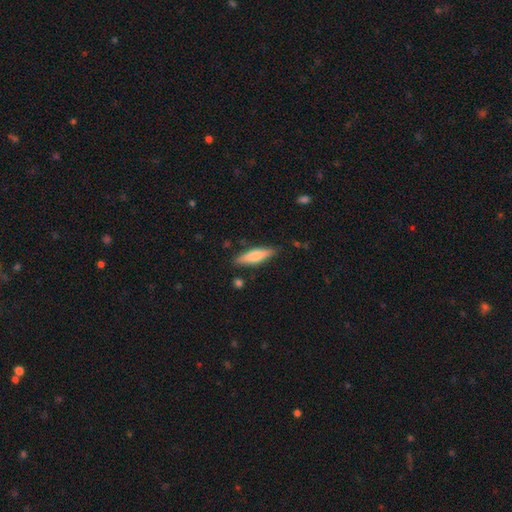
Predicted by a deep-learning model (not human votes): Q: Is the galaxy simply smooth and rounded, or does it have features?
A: smooth — 64%.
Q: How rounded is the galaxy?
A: cigar-shaped — 68%.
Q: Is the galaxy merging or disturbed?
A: none — 85%.